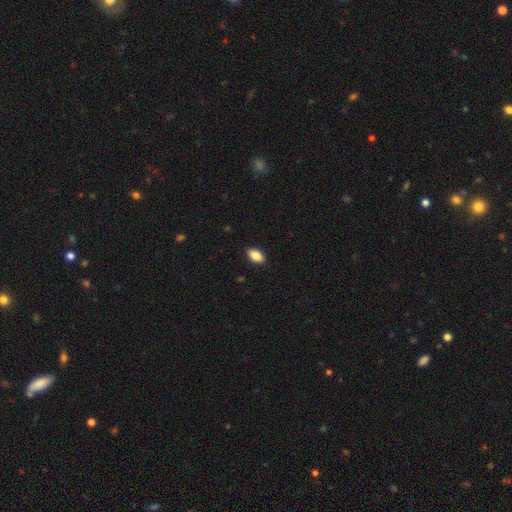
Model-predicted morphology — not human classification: Q: Smooth or featured?
A: smooth (86%); runner-up: star or artifact (7%)
Q: How rounded?
A: in between (92%); runner-up: round (5%)
Q: Merging?
A: none (90%); runner-up: minor disturbance (8%)